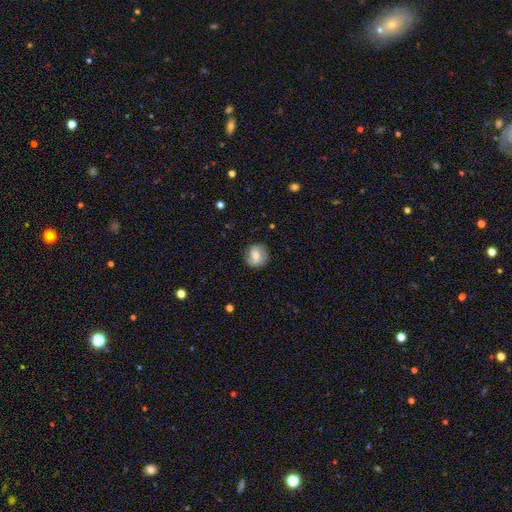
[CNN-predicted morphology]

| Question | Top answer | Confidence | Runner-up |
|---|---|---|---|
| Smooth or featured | smooth | 60% | featured or disk (32%) |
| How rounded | round | 82% | in between (17%) |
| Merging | none | 80% | minor disturbance (15%) |